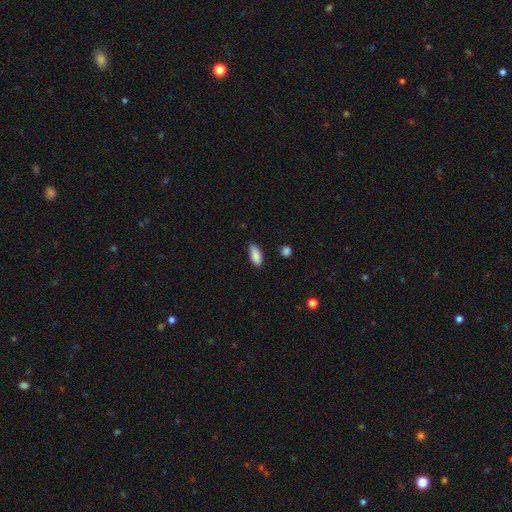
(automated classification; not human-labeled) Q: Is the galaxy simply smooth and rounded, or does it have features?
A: smooth — 88%.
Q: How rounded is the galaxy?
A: in between — 83%.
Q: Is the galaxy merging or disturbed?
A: none — 70%.